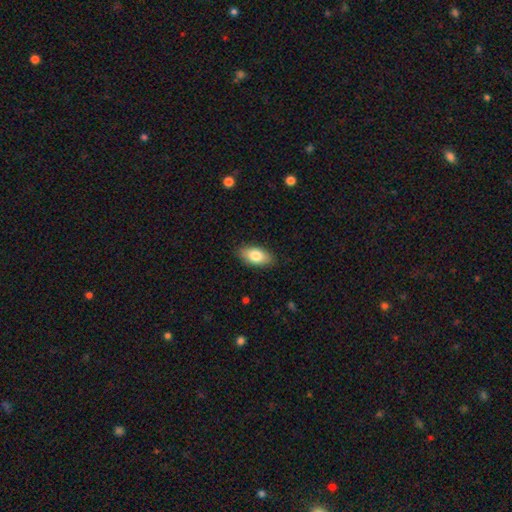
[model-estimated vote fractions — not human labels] smooth 82%, featured or disk 12%, star or artifact 6%. Down the decision tree: how rounded — in between (93%); merging — none (87%).